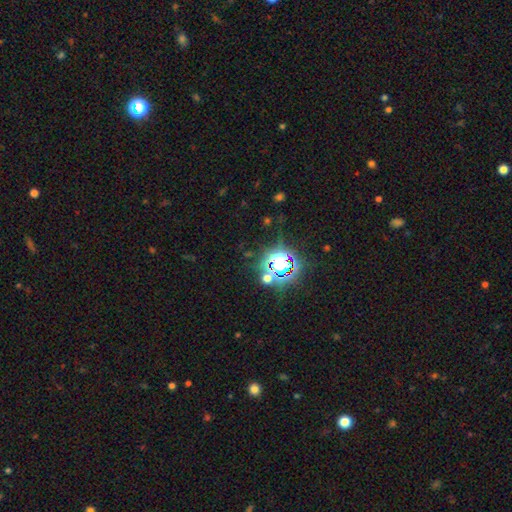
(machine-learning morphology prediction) star or artifact 81%, smooth 12%, featured or disk 7%.